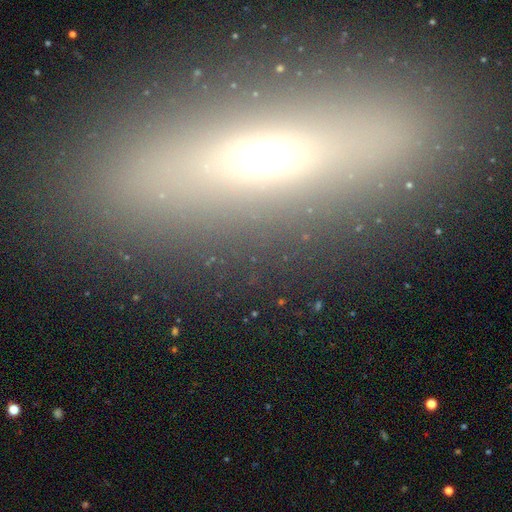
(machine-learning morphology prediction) type=smooth (47%); merging=none (85%).